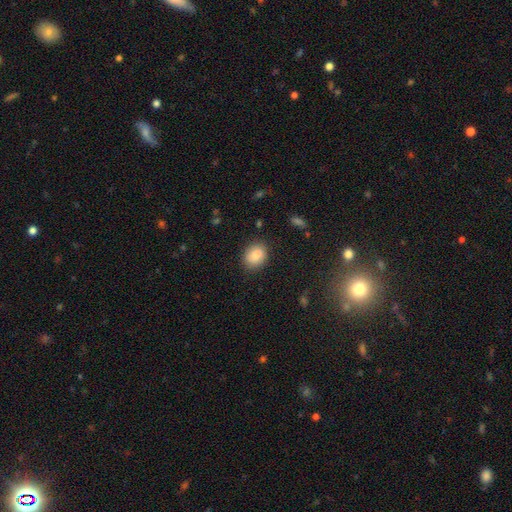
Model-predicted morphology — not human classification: Smooth or featured?
  - smooth: 87% *
  - star or artifact: 8%
  - featured or disk: 6%
How rounded?
  - in between: 60% *
  - round: 39%
  - cigar-shaped: 1%
Merging?
  - none: 84% *
  - minor disturbance: 12%
  - major disturbance: 3%
  - merger: 2%